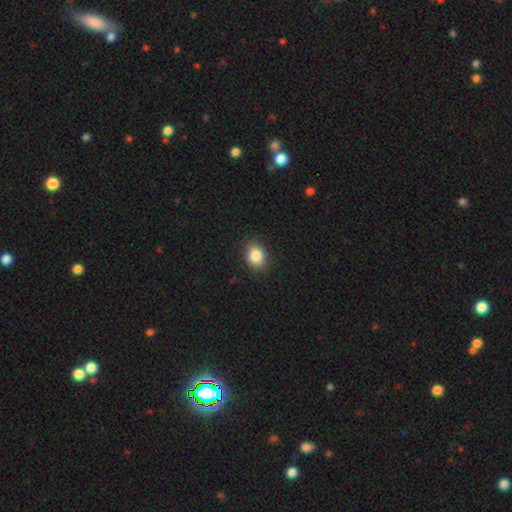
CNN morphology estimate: smooth 85%, star or artifact 9%, featured or disk 6%. Down the decision tree: how rounded — in between (63%); merging — none (86%).